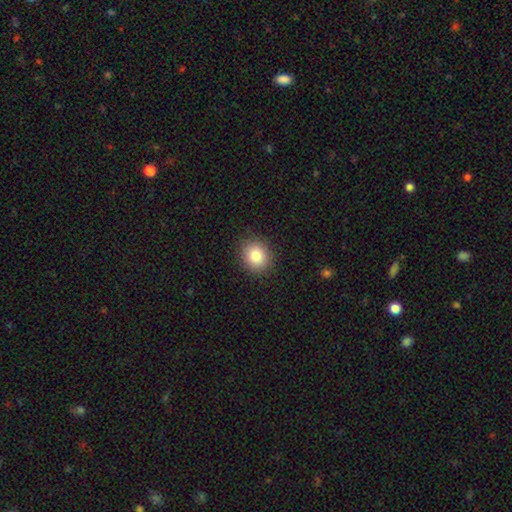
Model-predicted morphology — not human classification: Smooth or featured: smooth — 85% (star or artifact — 9%)
How rounded: round — 74% (in between — 25%)
Merging: none — 89% (minor disturbance — 8%)